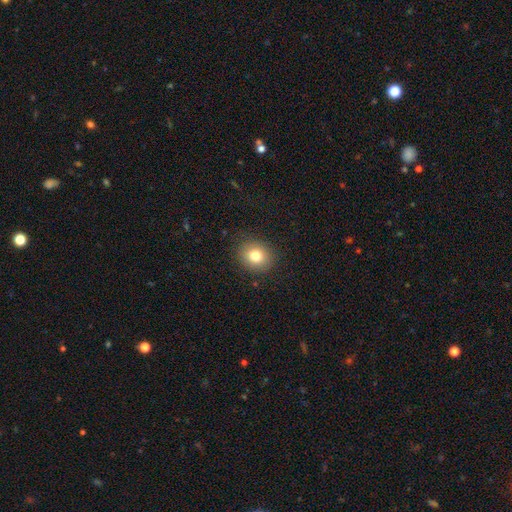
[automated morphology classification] Smooth or featured?
  - smooth: 80% *
  - star or artifact: 11%
  - featured or disk: 10%
How rounded?
  - round: 74% *
  - in between: 26%
  - cigar-shaped: 1%
Merging?
  - none: 87% *
  - minor disturbance: 9%
  - major disturbance: 3%
  - merger: 1%